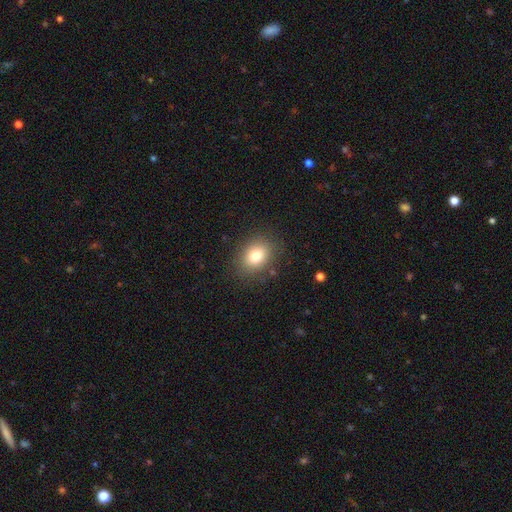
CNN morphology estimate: This is clearly a smooth galaxy (80%). How rounded: likely in between (62%). Merging: clearly none (84%).